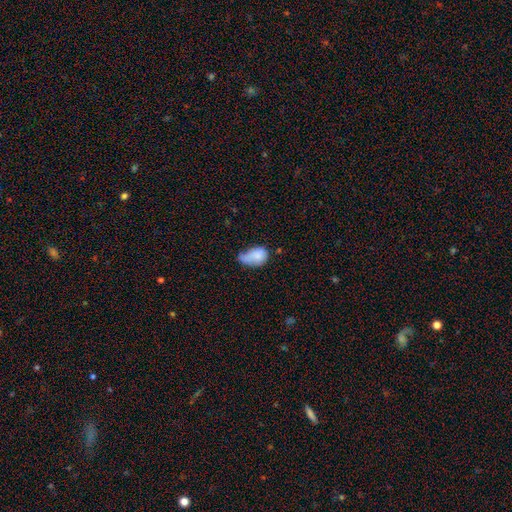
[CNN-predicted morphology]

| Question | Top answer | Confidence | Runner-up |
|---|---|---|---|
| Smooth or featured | smooth | 78% | featured or disk (14%) |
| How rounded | in between | 82% | round (17%) |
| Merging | minor disturbance | 37% | major disturbance (24%) |